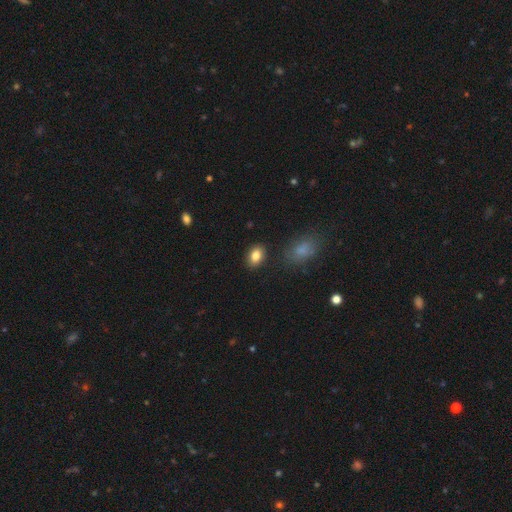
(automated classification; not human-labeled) This is clearly a smooth galaxy (84%). How rounded: clearly in between (82%). Merging: clearly none (86%).